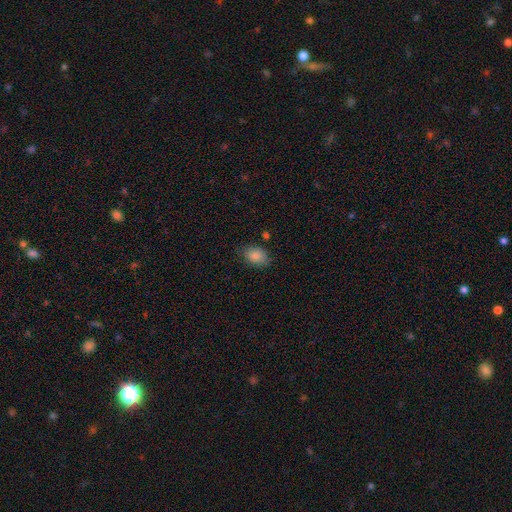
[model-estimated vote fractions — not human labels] smooth-or-featured: smooth: 86% | star or artifact: 8% | featured or disk: 6%
  how-rounded: in between: 81% | round: 18% | cigar-shaped: 1%
  merging: none: 77% | minor disturbance: 17% | major disturbance: 4% | merger: 2%